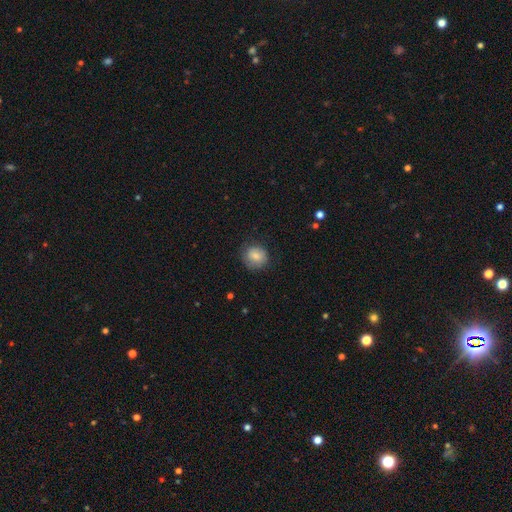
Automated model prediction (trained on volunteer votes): The model was most divided on "merging": none: 74%, minor disturbance: 19%, major disturbance: 6%, merger: 1%. More confident: how rounded — round (82%); smooth or featured — smooth (78%).